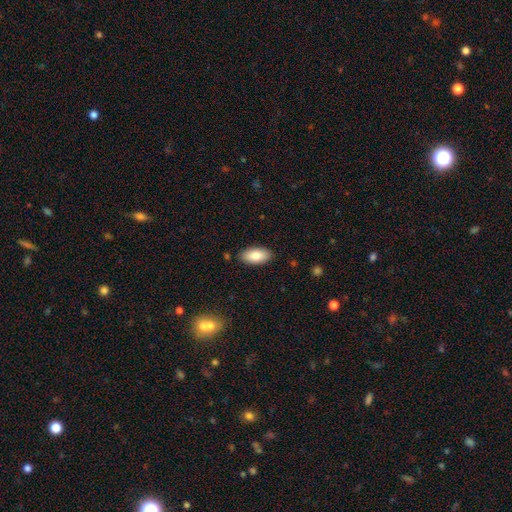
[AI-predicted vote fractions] Morphology: type=smooth (83%); roundness=in between (93%); merging=none (87%).